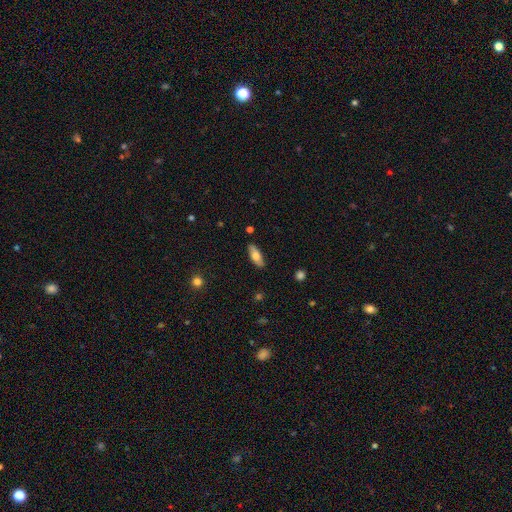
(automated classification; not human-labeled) Smooth or featured? smooth (68%)
How rounded? in between (72%)
Merging? none (86%)